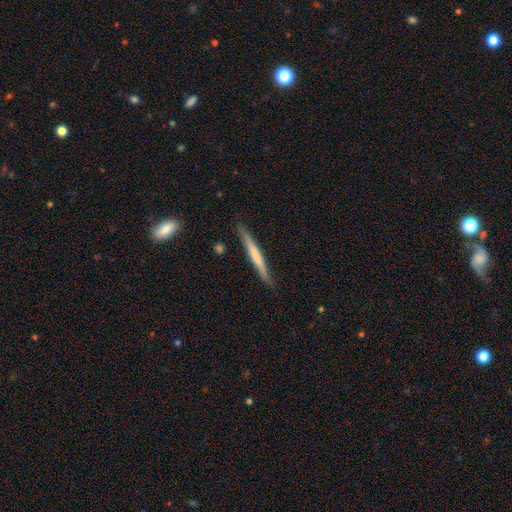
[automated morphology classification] This is possibly a smooth galaxy (52%). How rounded: clearly cigar-shaped (97%). Merging: clearly none (86%).